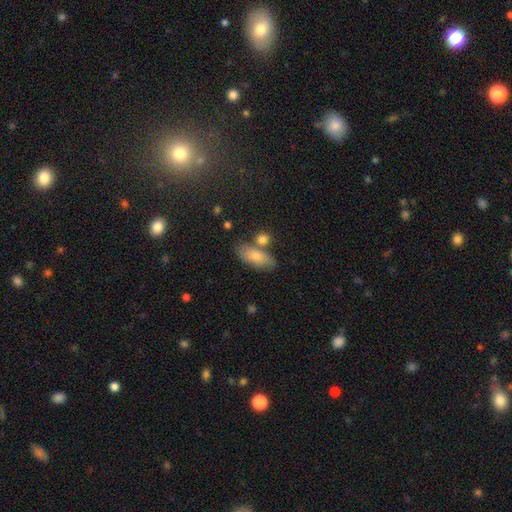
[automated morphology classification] This is likely a smooth galaxy (71%). How rounded: likely in between (79%). Merging: likely none (67%).